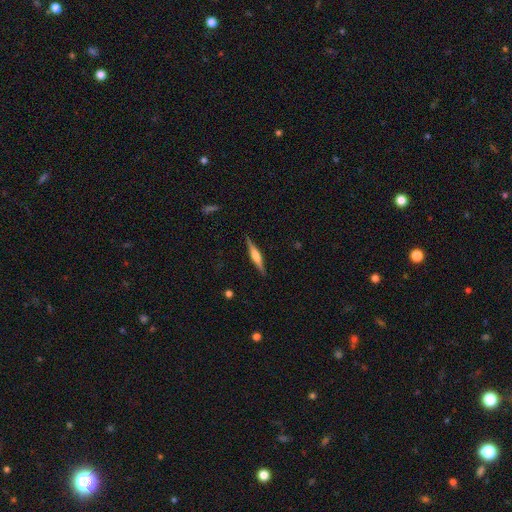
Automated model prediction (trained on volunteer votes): Smooth or featured?
  - featured or disk: 66% *
  - smooth: 28%
  - star or artifact: 6%
Edge-on disk?
  - yes: 97% *
  - no: 3%
Edge-on bulge?
  - rounded: 73% *
  - boxy: 20%
  - none: 7%
Merging?
  - none: 89% *
  - minor disturbance: 8%
  - major disturbance: 2%
  - merger: 1%